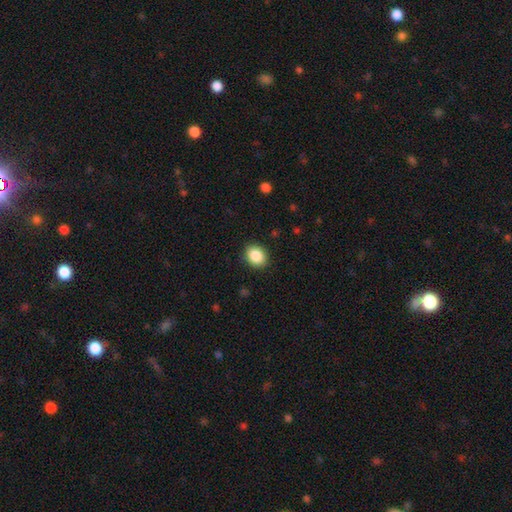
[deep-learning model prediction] smooth-or-featured: smooth: 88% | star or artifact: 8% | featured or disk: 4%
  how-rounded: round: 51% | in between: 49% | cigar-shaped: 1%
  merging: none: 89% | minor disturbance: 8% | major disturbance: 2% | merger: 1%